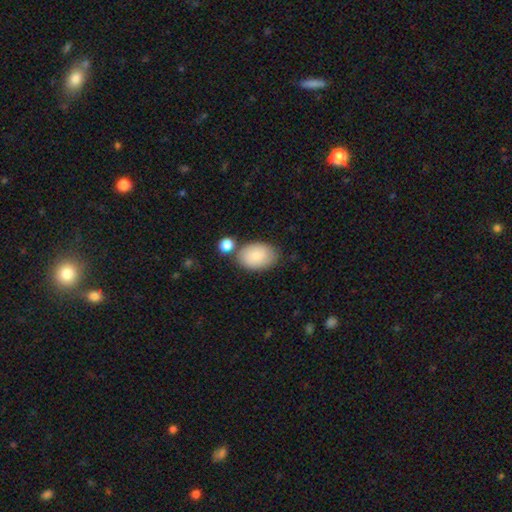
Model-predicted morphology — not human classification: Overall: smooth (82%). How rounded: in between (88%). Merging: none (68%).